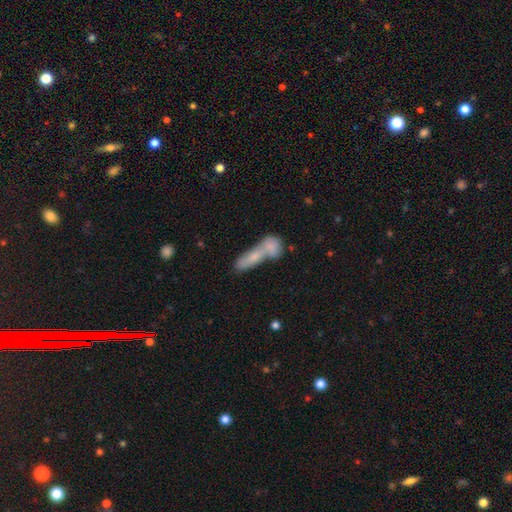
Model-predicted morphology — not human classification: Smooth or featured? Predicted: smooth (p=0.63). How rounded? Predicted: cigar-shaped (p=0.51). Merging? Predicted: merger (p=0.62).